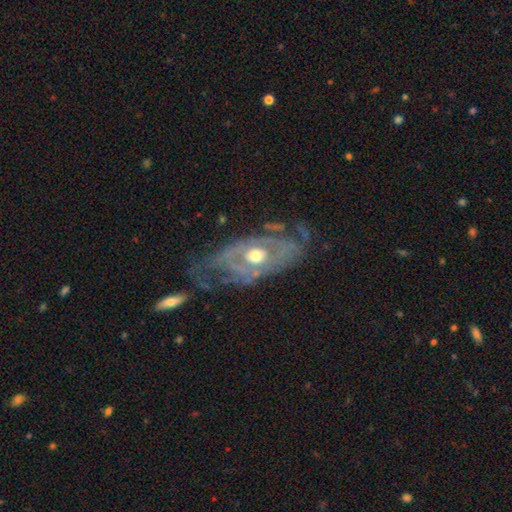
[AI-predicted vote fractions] smooth-or-featured: featured or disk: 81% | smooth: 13% | star or artifact: 6%
  disk-edge-on: no: 92% | yes: 8%
    bar: no: 83% | weak: 12% | strong: 4%
    has-spiral-arms: yes: 61% | no: 39%
    bulge-size: moderate: 71% | small: 17% | large: 9% | dominant: 1% | none: 1%
  merging: none: 55% | minor disturbance: 22% | major disturbance: 21% | merger: 3%